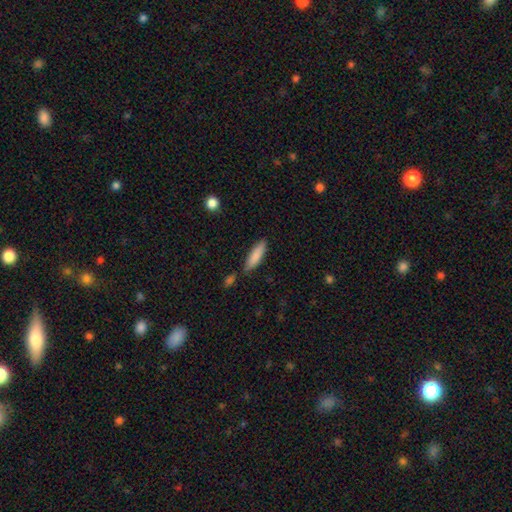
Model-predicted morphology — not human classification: This appears to be a smooth galaxy with no disk features (84%) that is cigar-shaped (62%). Merging: none (75%).